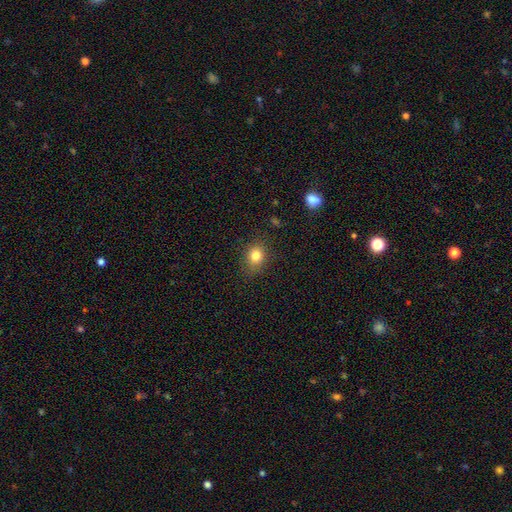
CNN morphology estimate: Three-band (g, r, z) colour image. It shows a smooth galaxy with no disk features (81%) that is round (63%). Merging: none (82%).